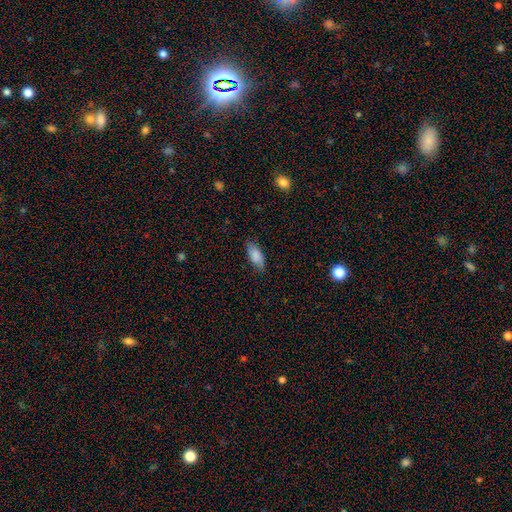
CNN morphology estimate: A smooth galaxy with no disk features (85%) that is in between round and cigar-shaped (83%).

Vote fractions:
- Smooth or featured? smooth: 85% / featured or disk: 9% / star or artifact: 7%
- How rounded? in between: 83% / cigar-shaped: 14% / round: 2%
- Merging? none: 78% / minor disturbance: 18% / major disturbance: 3% / merger: 1%